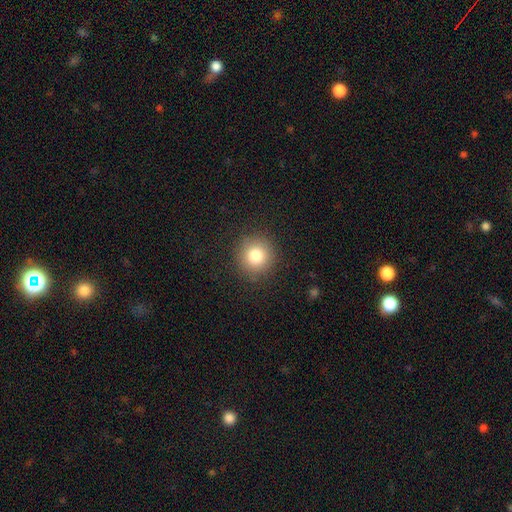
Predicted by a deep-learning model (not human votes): A smooth galaxy with no disk features (80%) that is round (93%).

Vote fractions:
- Smooth or featured? smooth: 80% / star or artifact: 12% / featured or disk: 8%
- How rounded? round: 93% / in between: 6% / cigar-shaped: 1%
- Merging? none: 89% / minor disturbance: 7% / major disturbance: 3% / merger: 1%